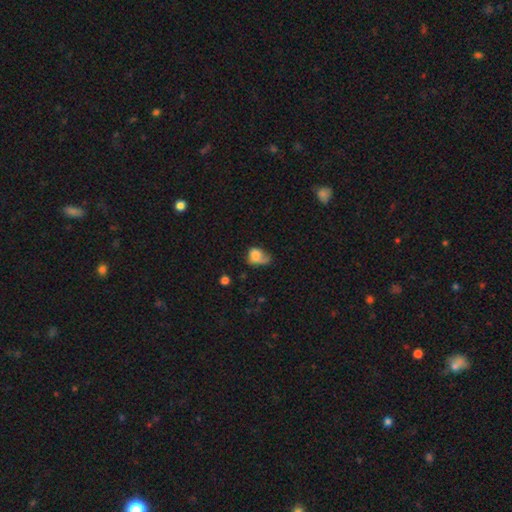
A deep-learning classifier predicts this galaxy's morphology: This appears to be a smooth galaxy with no disk features (70%) that is in between round and cigar-shaped (65%). Merging: major disturbance (35%).